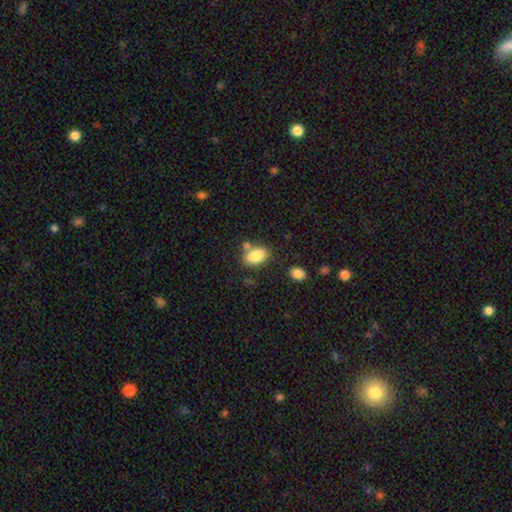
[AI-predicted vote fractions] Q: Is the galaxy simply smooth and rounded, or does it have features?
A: smooth — 84%.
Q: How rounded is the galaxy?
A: in between — 87%.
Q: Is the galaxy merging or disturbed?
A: none — 67%.